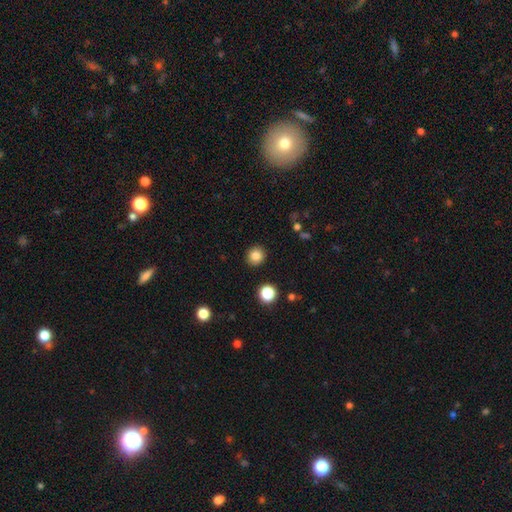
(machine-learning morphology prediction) This is clearly a smooth galaxy (84%). How rounded: clearly round (87%). Merging: clearly none (91%).